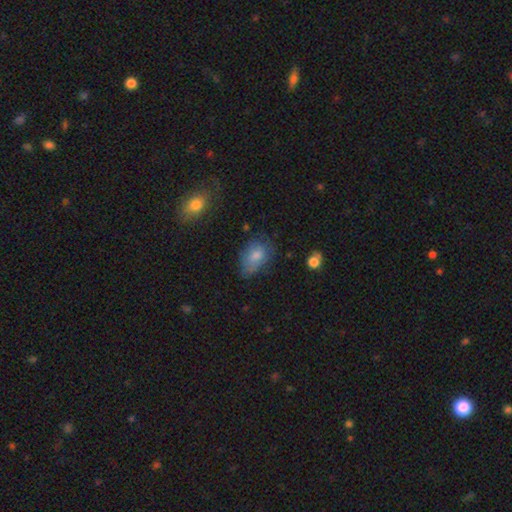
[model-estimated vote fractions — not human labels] smooth-or-featured: smooth: 73% | featured or disk: 16% | star or artifact: 11%
  how-rounded: in between: 86% | round: 12% | cigar-shaped: 2%
  merging: none: 50% | minor disturbance: 35% | major disturbance: 12% | merger: 3%